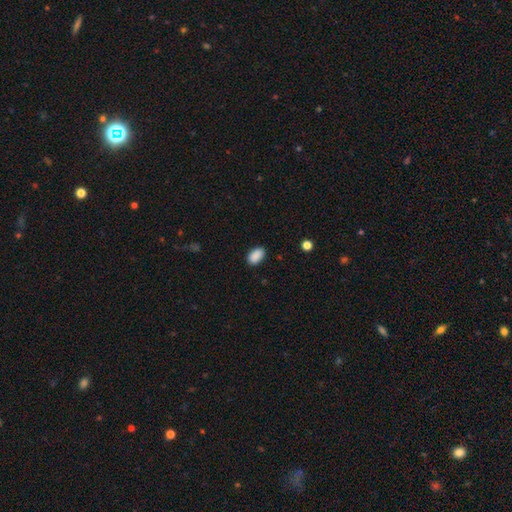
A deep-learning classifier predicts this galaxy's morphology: This appears to be a smooth galaxy with no disk features (89%) that is in between round and cigar-shaped (92%). Merging: none (86%).